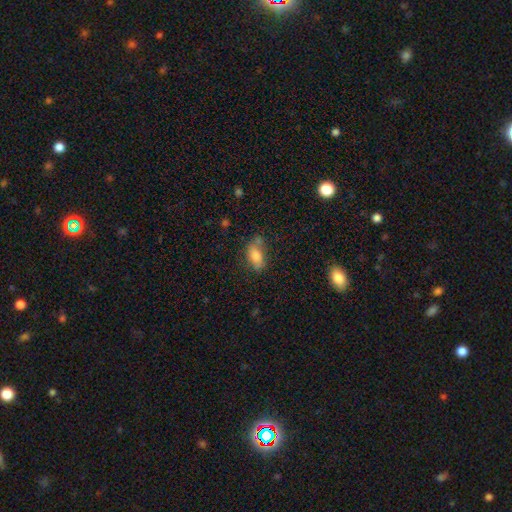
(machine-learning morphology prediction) smooth_or_featured: smooth (p=0.76) [alt: featured or disk p=0.13]
how_rounded: in between (p=0.86) [alt: round p=0.07]
merging: none (p=0.57) [alt: minor disturbance p=0.25]